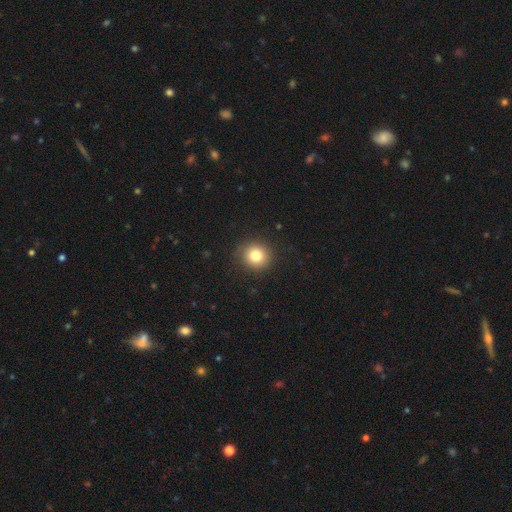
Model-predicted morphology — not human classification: The model was most divided on "smooth or featured": smooth: 80%, star or artifact: 12%, featured or disk: 8%. More confident: how rounded — round (91%); merging — none (90%).